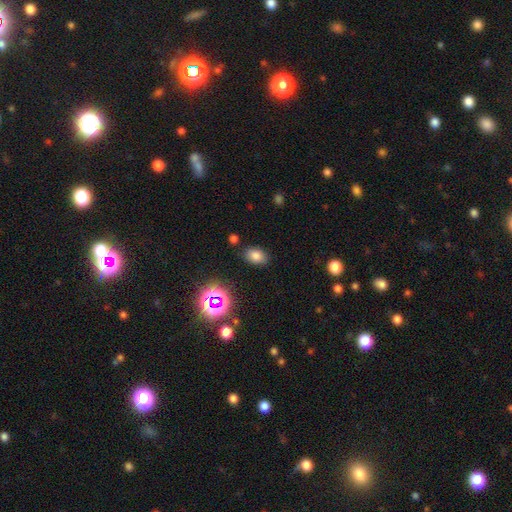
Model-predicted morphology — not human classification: smooth_or_featured: smooth (p=0.75) [alt: star or artifact p=0.17]
how_rounded: in between (p=0.80) [alt: round p=0.18]
merging: none (p=0.84) [alt: minor disturbance p=0.11]